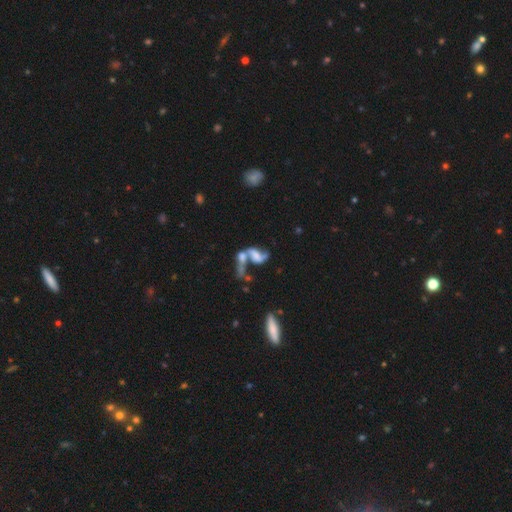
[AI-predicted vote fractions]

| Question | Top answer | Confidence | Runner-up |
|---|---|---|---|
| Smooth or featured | featured or disk | 65% | smooth (24%) |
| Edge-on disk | no | 95% | yes (5%) |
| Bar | no | 52% | weak (30%) |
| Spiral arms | yes | 75% | no (25%) |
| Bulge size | none | 47% | small (19%) |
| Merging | merger | 57% | none (17%) |